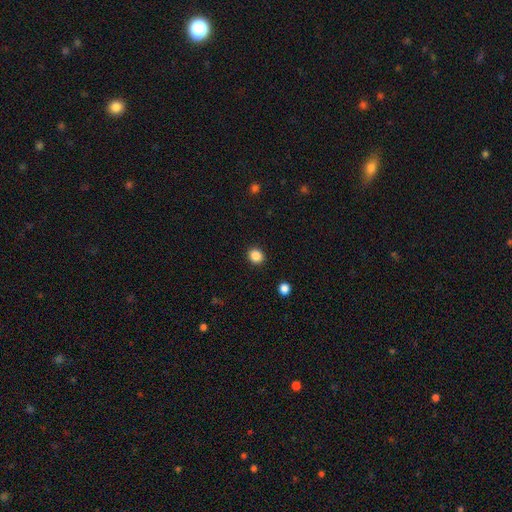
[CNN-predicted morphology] Smooth or featured?
  - smooth: 86% *
  - star or artifact: 11%
  - featured or disk: 3%
How rounded?
  - round: 81% *
  - in between: 18%
  - cigar-shaped: 1%
Merging?
  - none: 92% *
  - minor disturbance: 5%
  - major disturbance: 2%
  - merger: 1%